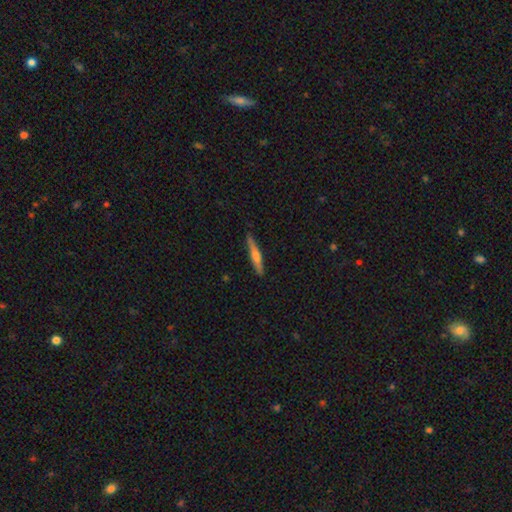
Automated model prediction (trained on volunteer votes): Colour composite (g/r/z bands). It shows a featured or disk galaxy (54%) viewed edge-on (97%) with a rounded central bulge (81%). Merging: none (88%).